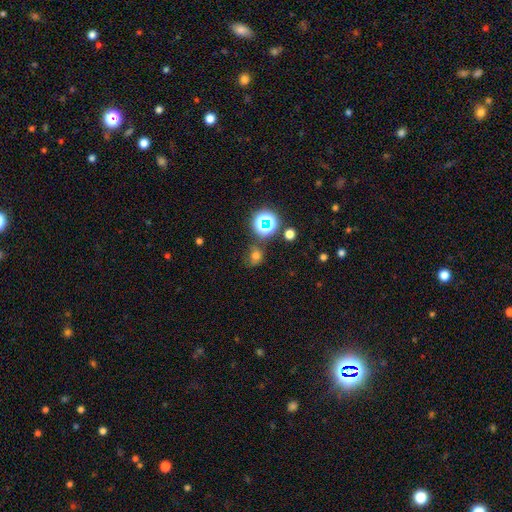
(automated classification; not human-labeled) Smooth or featured: smooth — 61% (star or artifact — 30%)
How rounded: round — 64% (in between — 35%)
Merging: none — 68% (minor disturbance — 17%)